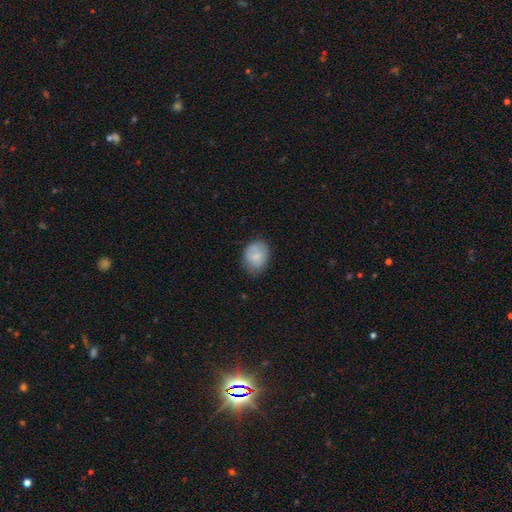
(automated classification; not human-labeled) Smooth or featured? Predicted: smooth (p=0.80). How rounded? Predicted: in between (p=0.57). Merging? Predicted: none (p=0.71).